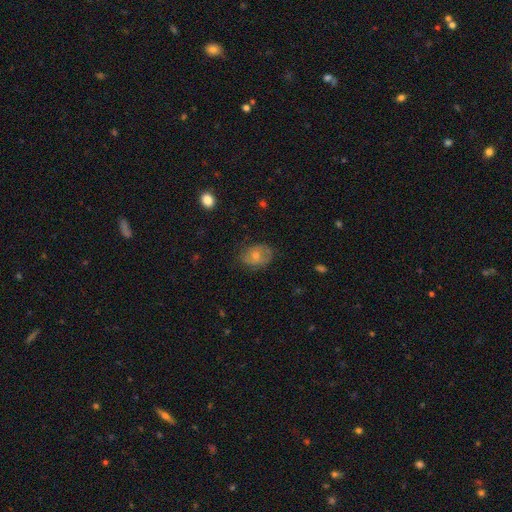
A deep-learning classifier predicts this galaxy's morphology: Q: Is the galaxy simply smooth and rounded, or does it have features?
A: featured or disk — 45%.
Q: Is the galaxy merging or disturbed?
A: none — 74%.